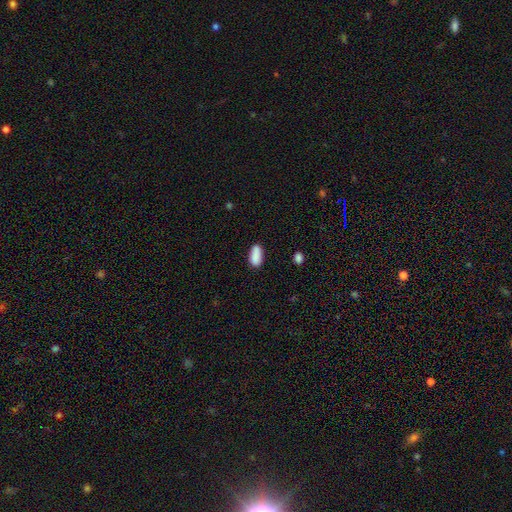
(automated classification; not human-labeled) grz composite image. It shows a smooth galaxy with no disk features (89%) that is in between round and cigar-shaped (86%). Merging: none (83%).